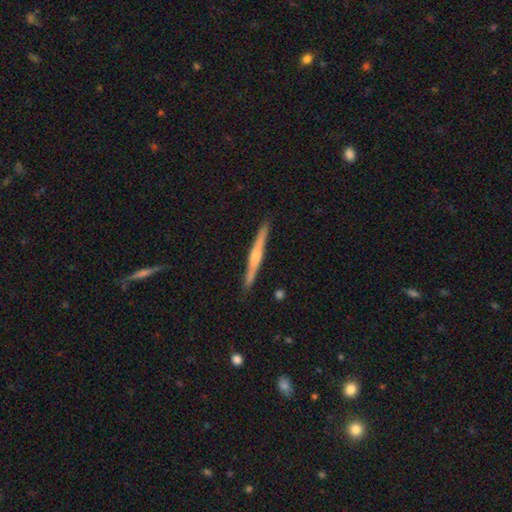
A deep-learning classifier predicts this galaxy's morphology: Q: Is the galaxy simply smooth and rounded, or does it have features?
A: featured or disk — 63%.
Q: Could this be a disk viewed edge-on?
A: yes — 98%.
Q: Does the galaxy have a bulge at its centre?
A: rounded — 63%.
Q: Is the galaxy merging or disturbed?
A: none — 90%.